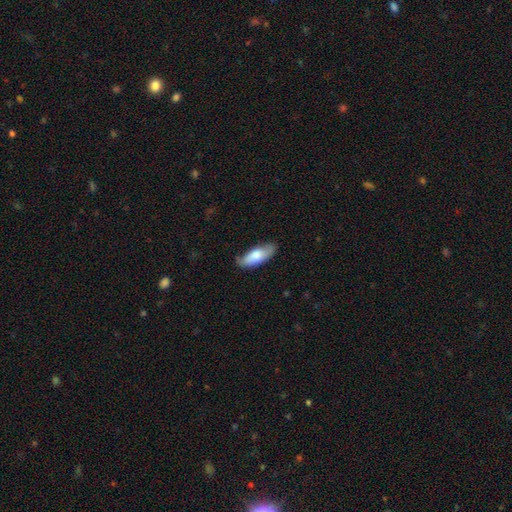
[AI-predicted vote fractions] Smooth or featured?
  - smooth: 76% *
  - featured or disk: 18%
  - star or artifact: 5%
How rounded?
  - in between: 74% *
  - cigar-shaped: 24%
  - round: 2%
Merging?
  - none: 72% *
  - minor disturbance: 23%
  - major disturbance: 4%
  - merger: 1%